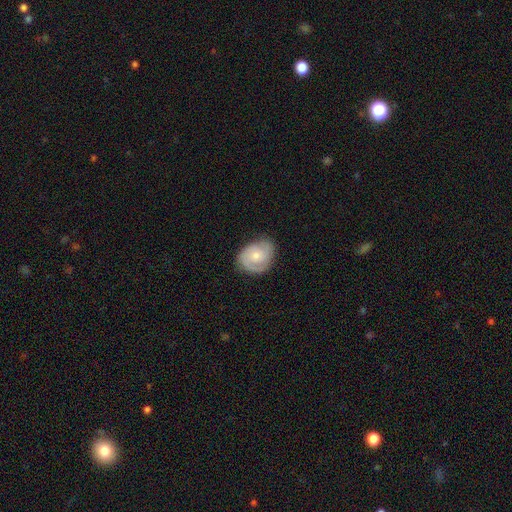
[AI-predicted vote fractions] featured or disk 61%, smooth 33%, star or artifact 6%. Down the decision tree: edge-on disk — no (97%); bar — no (73%); spiral arms — yes (90%); spiral arm count — 2 (57%); spiral winding — tight (50%); bulge size — small (50%); merging — none (69%).